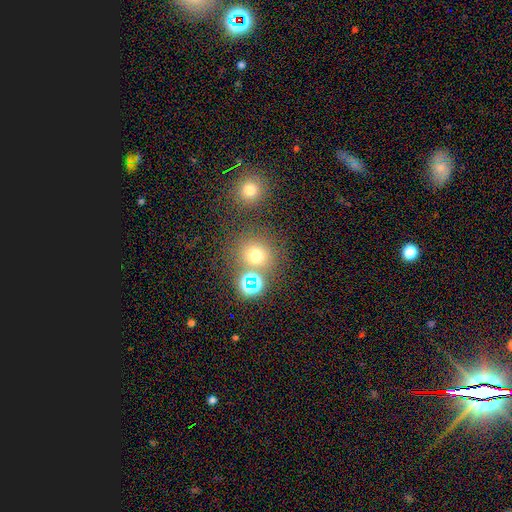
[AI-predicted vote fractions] smooth-or-featured: smooth: 64% | star or artifact: 28% | featured or disk: 8%
  how-rounded: round: 86% | in between: 13% | cigar-shaped: 1%
  merging: none: 71% | merger: 17% | minor disturbance: 8% | major disturbance: 4%